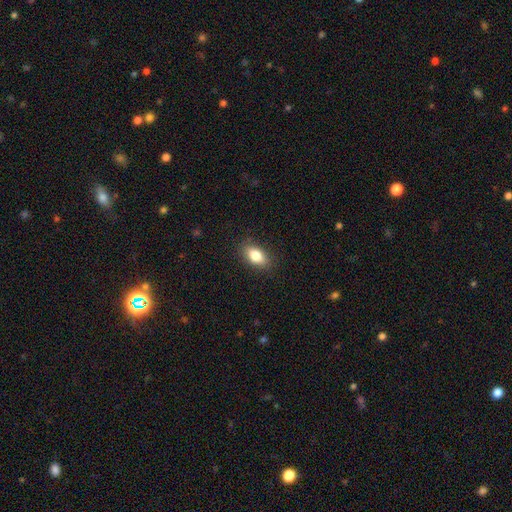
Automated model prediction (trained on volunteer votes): Q: Smooth or featured?
A: smooth (83%); runner-up: featured or disk (9%)
Q: How rounded?
A: in between (88%); runner-up: round (7%)
Q: Merging?
A: none (86%); runner-up: minor disturbance (10%)